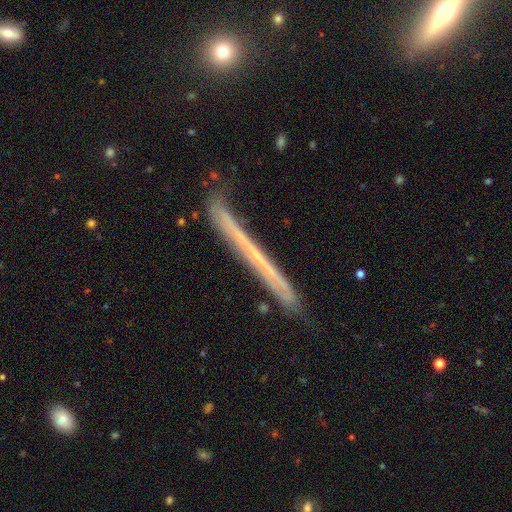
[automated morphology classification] smooth-or-featured: featured or disk: 61% | smooth: 30% | star or artifact: 8%
  disk-edge-on: yes: 94% | no: 6%
    edge-on-bulge: none: 88% | rounded: 9% | boxy: 3%
  merging: none: 80% | minor disturbance: 15% | major disturbance: 3% | merger: 2%